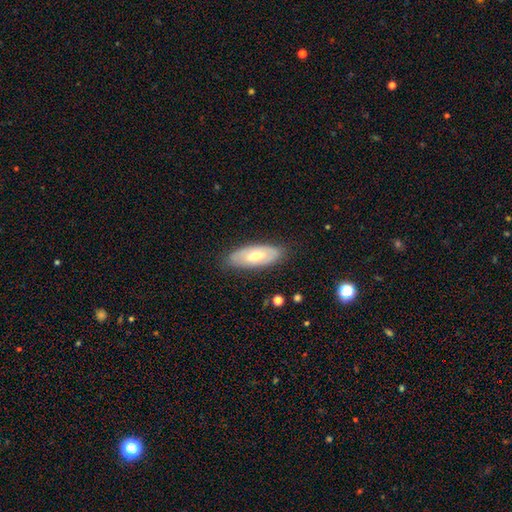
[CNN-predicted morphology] smooth-or-featured: smooth: 48% | featured or disk: 46% | star or artifact: 6%
  merging: none: 82% | minor disturbance: 14% | major disturbance: 3% | merger: 1%